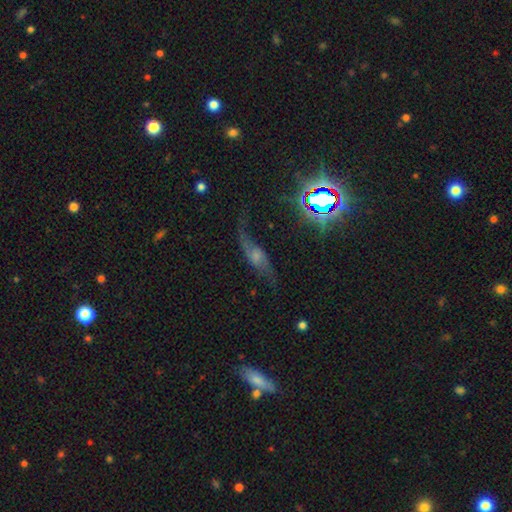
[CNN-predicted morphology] Smooth or featured?
  - featured or disk: 61% *
  - smooth: 24%
  - star or artifact: 15%
Edge-on disk?
  - no: 69% *
  - yes: 31%
Merging?
  - none: 53% *
  - minor disturbance: 23%
  - major disturbance: 20%
  - merger: 4%